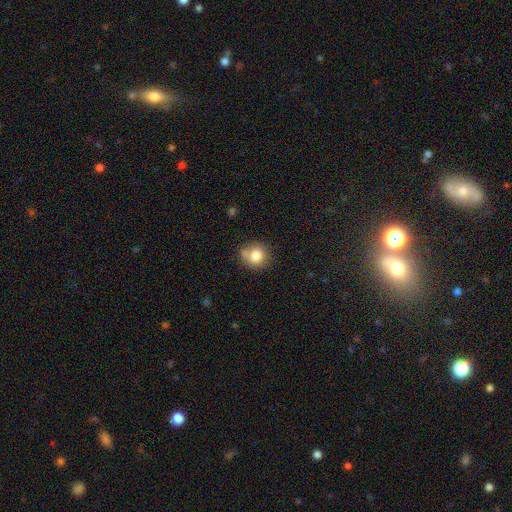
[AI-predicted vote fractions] Overall: smooth (81%). How rounded: round (84%). Merging: none (60%).